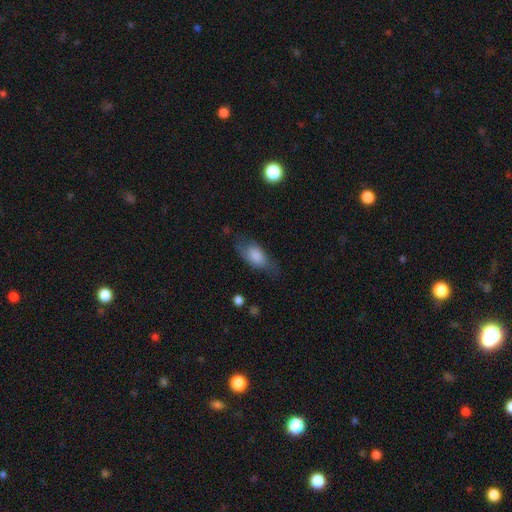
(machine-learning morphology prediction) A smooth galaxy with no disk features (69%) that is in between round and cigar-shaped (84%). Merging: none (59%).